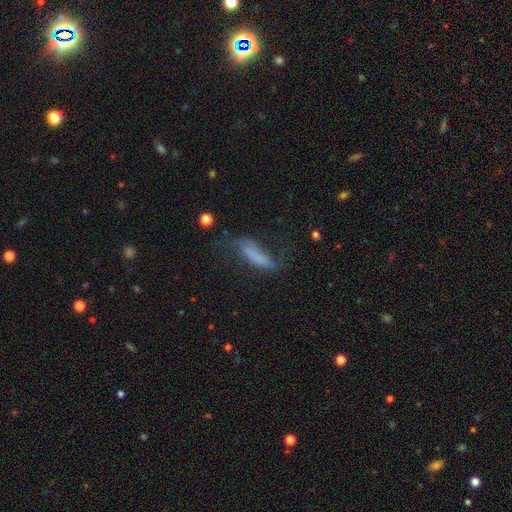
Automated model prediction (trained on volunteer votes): smooth_or_featured: smooth (p=0.57) [alt: featured or disk p=0.32]
how_rounded: cigar-shaped (p=0.59) [alt: in between p=0.38]
merging: none (p=0.40) [alt: major disturbance p=0.29]